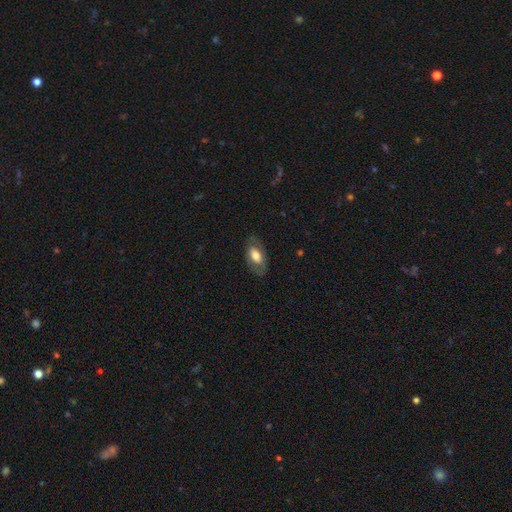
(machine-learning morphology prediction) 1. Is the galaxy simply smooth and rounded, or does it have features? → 57% smooth, 37% featured or disk, 6% star or artifact.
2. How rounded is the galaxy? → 91% in between, 5% round, 3% cigar-shaped.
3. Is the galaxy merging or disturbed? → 74% none, 17% minor disturbance, 8% major disturbance, 1% merger.